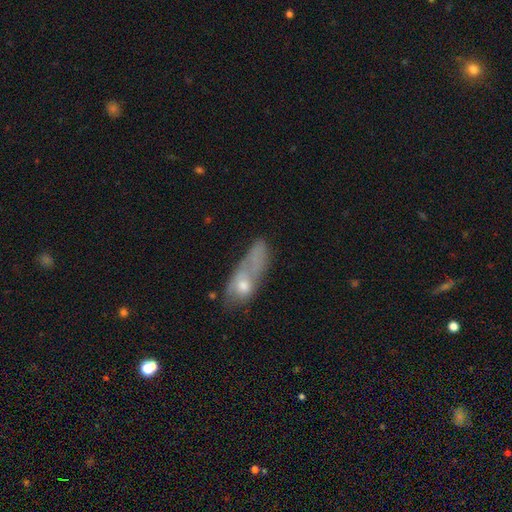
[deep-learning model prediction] smooth_or_featured: smooth (p=0.57) [alt: featured or disk p=0.32]
how_rounded: in between (p=0.60) [alt: cigar-shaped p=0.31]
merging: major disturbance (p=0.30) [alt: none p=0.25]